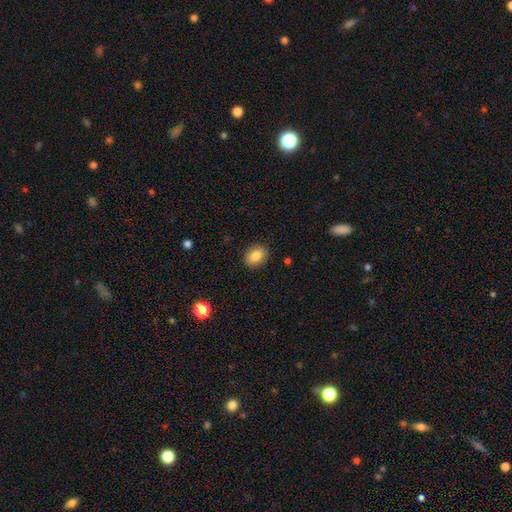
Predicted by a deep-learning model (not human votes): smooth-or-featured: smooth: 83% | star or artifact: 9% | featured or disk: 8%
  how-rounded: in between: 58% | round: 41% | cigar-shaped: 1%
  merging: none: 89% | minor disturbance: 8% | major disturbance: 2% | merger: 1%